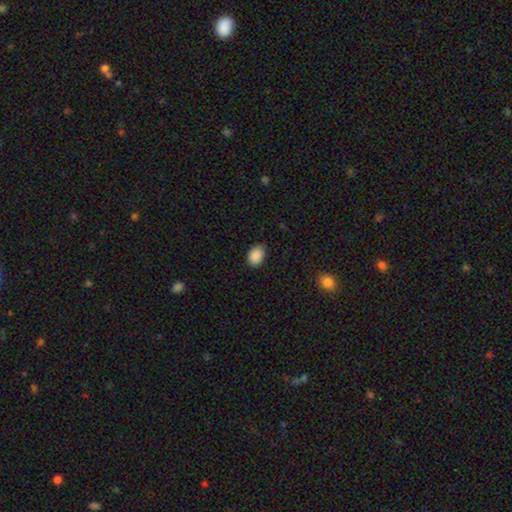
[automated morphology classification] Overall: smooth (89%). How rounded: in between (72%). Merging: none (82%).